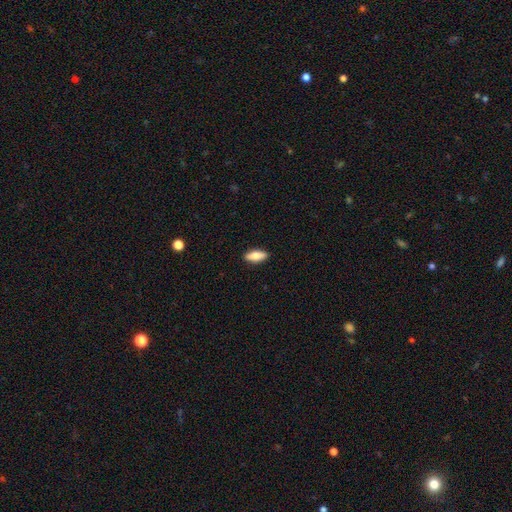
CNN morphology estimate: Overall: smooth (75%). How rounded: in between (75%). Merging: none (90%).